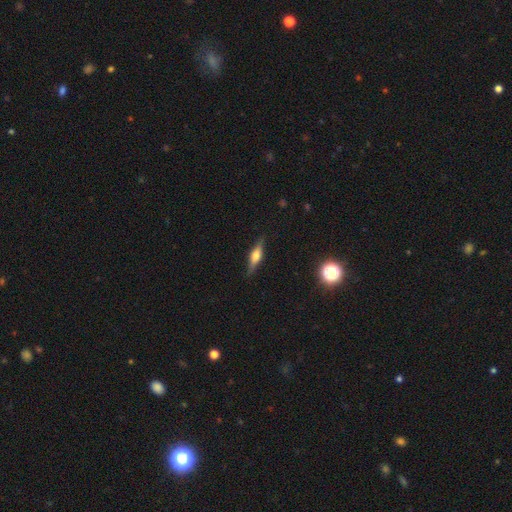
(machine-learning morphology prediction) smooth_or_featured: featured or disk (p=0.57) [alt: smooth p=0.36]
disk_edge_on: yes (p=0.94) [alt: no p=0.06]
edge_on_bulge: rounded (p=0.85) [alt: boxy p=0.12]
merging: none (p=0.86) [alt: minor disturbance p=0.10]